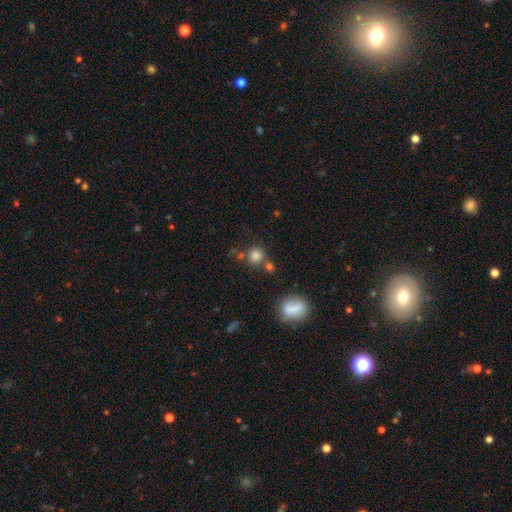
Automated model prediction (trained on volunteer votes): Morphology: type=smooth (80%); roundness=round (89%); merging=none (66%).